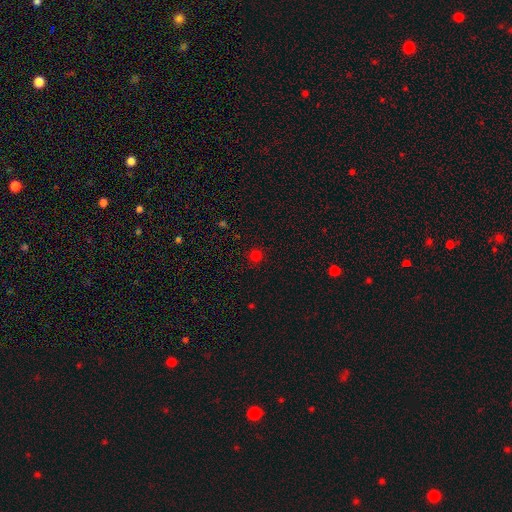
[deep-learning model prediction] The model was most divided on "smooth or featured": smooth: 74%, star or artifact: 21%, featured or disk: 4%. More confident: how rounded — round (93%); merging — none (90%).